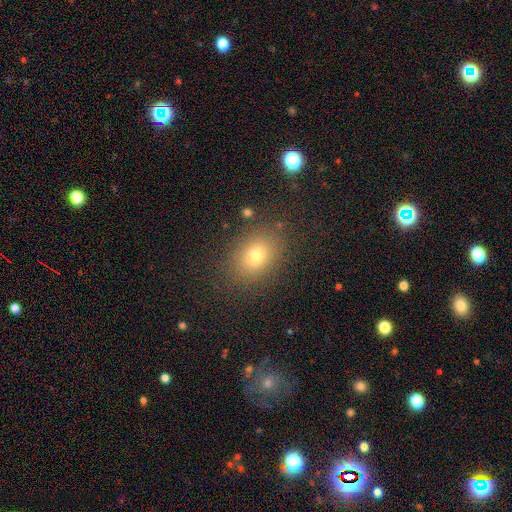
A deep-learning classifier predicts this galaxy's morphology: This is likely a smooth galaxy (75%). How rounded: likely in between (68%). Merging: clearly none (84%).